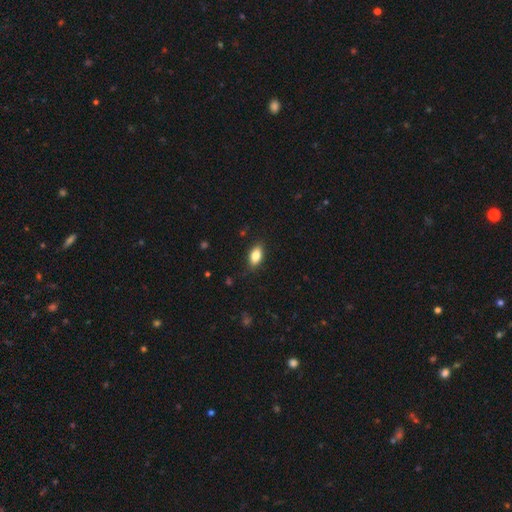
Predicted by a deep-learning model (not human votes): Morphology: type=smooth (82%); roundness=in between (89%); merging=none (84%).